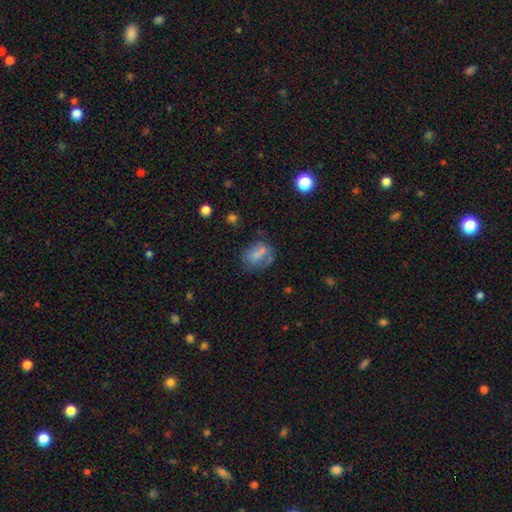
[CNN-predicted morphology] smooth 56%, featured or disk 28%, star or artifact 16%. Down the decision tree: how rounded — in between (62%); merging — none (49%).